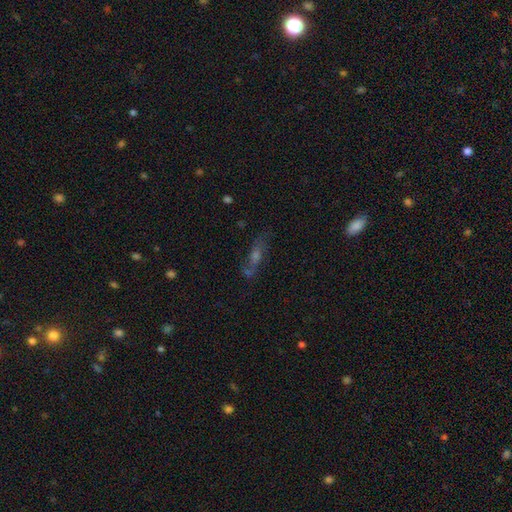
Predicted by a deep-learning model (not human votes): Smooth or featured? Predicted: featured or disk (p=0.42). Merging? Predicted: none (p=0.59).